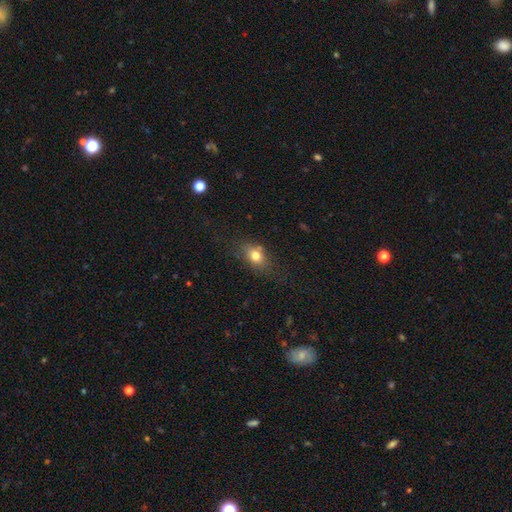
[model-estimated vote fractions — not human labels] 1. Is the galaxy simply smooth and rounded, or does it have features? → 75% smooth, 14% featured or disk, 11% star or artifact.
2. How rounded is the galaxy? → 68% in between, 28% round, 5% cigar-shaped.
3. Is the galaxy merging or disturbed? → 70% none, 19% minor disturbance, 7% major disturbance, 4% merger.